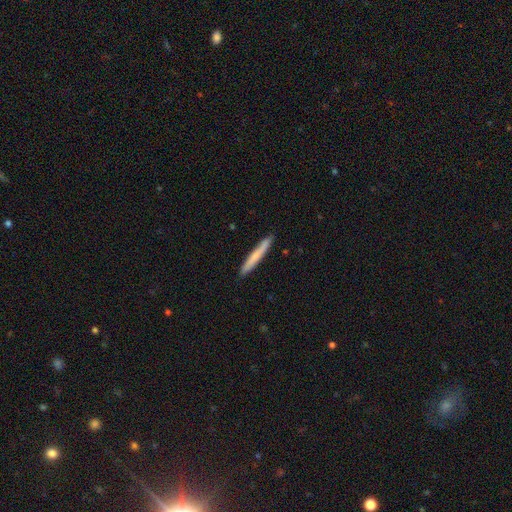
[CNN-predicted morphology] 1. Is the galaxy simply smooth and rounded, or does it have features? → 71% smooth, 24% featured or disk, 5% star or artifact.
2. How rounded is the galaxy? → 96% cigar-shaped, 3% in between, 1% round.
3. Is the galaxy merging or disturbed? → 91% none, 7% minor disturbance, 1% major disturbance, 1% merger.